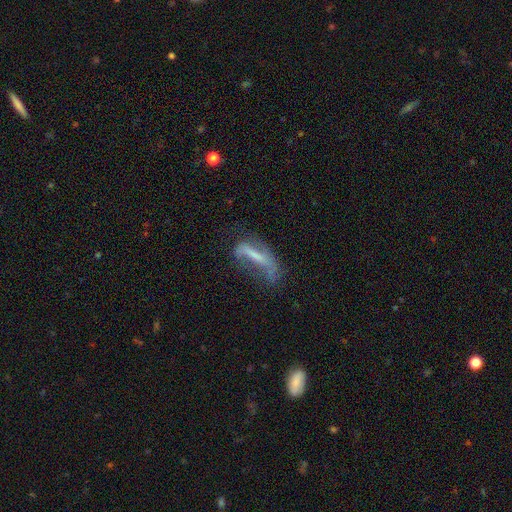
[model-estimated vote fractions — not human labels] A featured or disk galaxy (53%). Merging: major disturbance (38%).